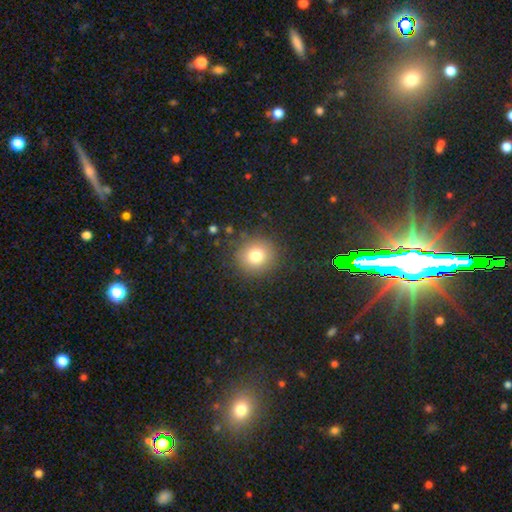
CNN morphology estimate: Q: Smooth or featured?
A: smooth (78%); runner-up: star or artifact (13%)
Q: How rounded?
A: round (89%); runner-up: in between (10%)
Q: Merging?
A: none (87%); runner-up: minor disturbance (8%)